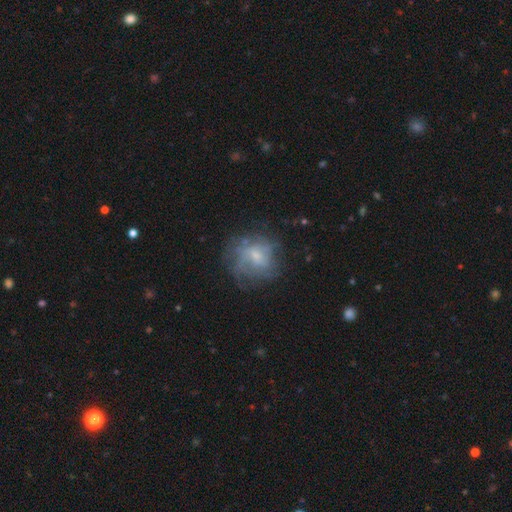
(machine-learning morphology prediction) A featured or disk galaxy (54%) with no bar (63%), spiral arms (56%) and a small central bulge (58%).

Vote fractions:
- Smooth or featured? featured or disk: 54% / smooth: 35% / star or artifact: 11%
- Edge-on disk? no: 97% / yes: 3%
- Bar? no: 63% / weak: 32% / strong: 4%
- Spiral arms? yes: 56% / no: 44%
- Bulge size? small: 58% / moderate: 29% / none: 10% / large: 2% / dominant: 1%
- Merging? none: 59% / minor disturbance: 21% / major disturbance: 18% / merger: 2%